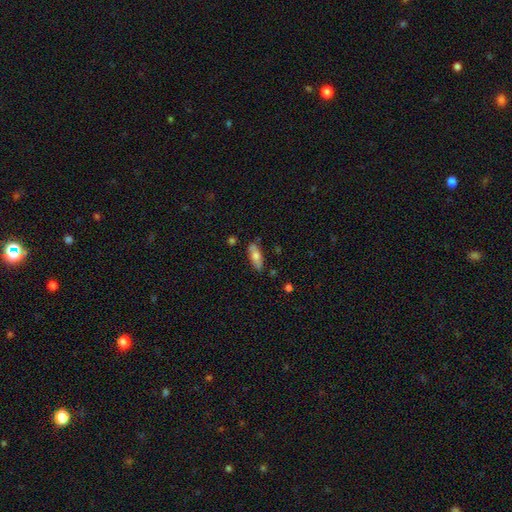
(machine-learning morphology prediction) A smooth galaxy with no disk features (69%) that is in between round and cigar-shaped (67%).

Vote fractions:
- Smooth or featured? smooth: 69% / featured or disk: 25% / star or artifact: 7%
- How rounded? in between: 67% / cigar-shaped: 31% / round: 2%
- Merging? none: 75% / minor disturbance: 17% / merger: 4% / major disturbance: 3%